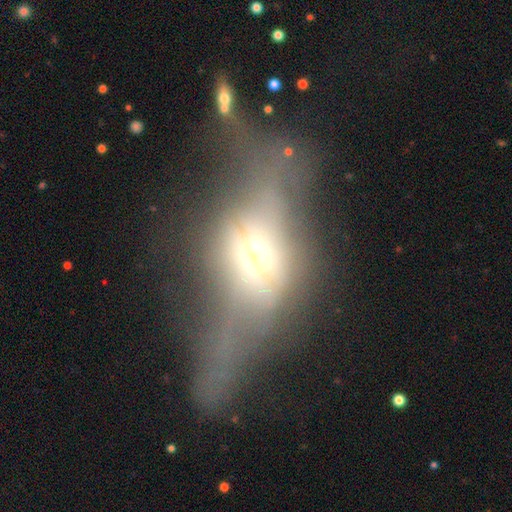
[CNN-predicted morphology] Smooth or featured? Predicted: featured or disk (p=0.67). Edge-on disk? Predicted: yes (p=0.71). Merging? Predicted: major disturbance (p=0.42).